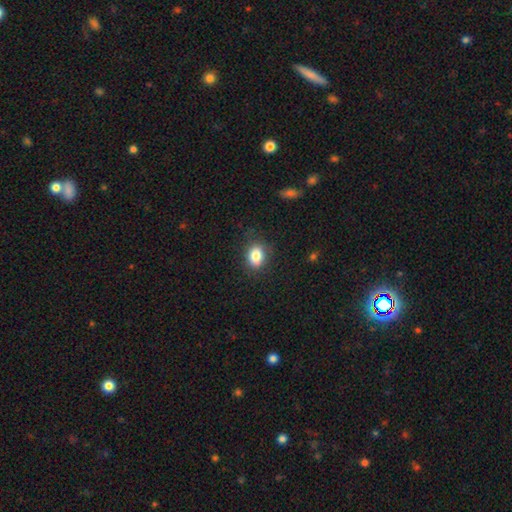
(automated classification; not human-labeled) A smooth galaxy with no disk features (84%) that is in between round and cigar-shaped (64%). Merging: none (82%).